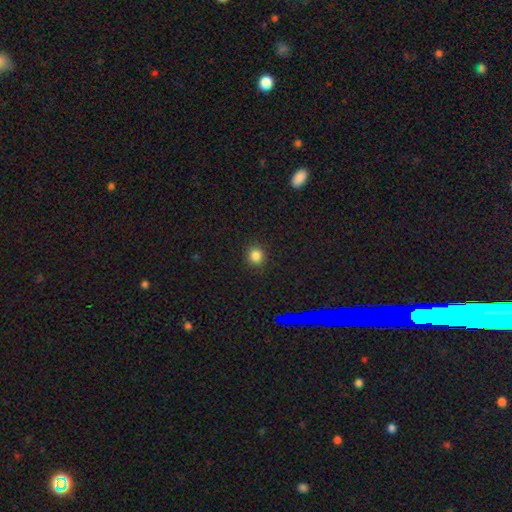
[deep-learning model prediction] Overall: smooth (82%). How rounded: round (86%). Merging: none (90%).